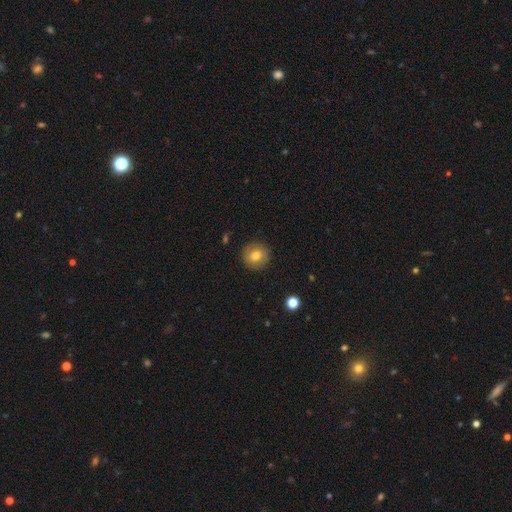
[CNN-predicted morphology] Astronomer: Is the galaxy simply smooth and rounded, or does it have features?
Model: smooth — 76%.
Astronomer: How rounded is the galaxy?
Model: round — 94%.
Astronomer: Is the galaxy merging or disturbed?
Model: none — 90%.